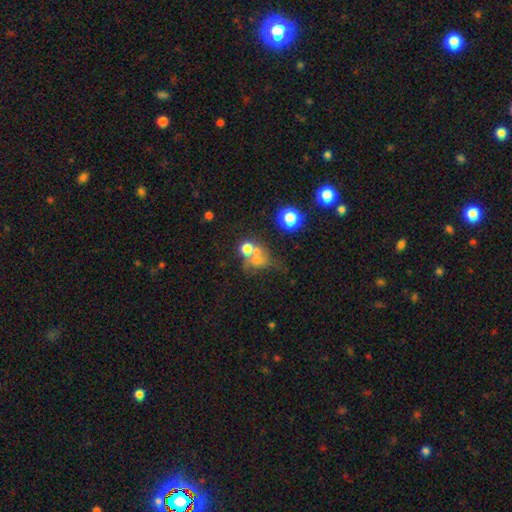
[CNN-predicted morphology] Smooth or featured: smooth — 55% (featured or disk — 25%)
How rounded: round — 71% (in between — 27%)
Merging: merger — 50% (none — 28%)